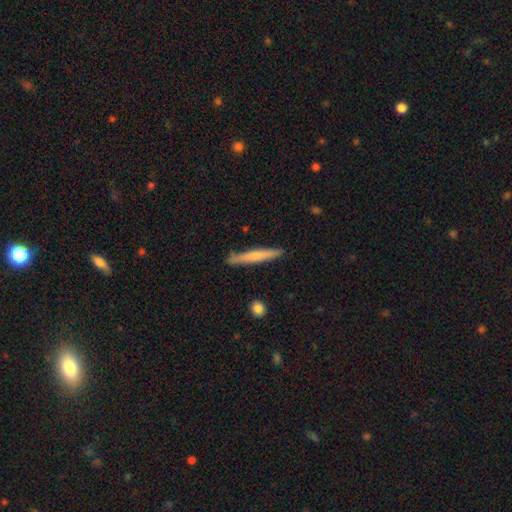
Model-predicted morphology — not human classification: The model was most divided on "smooth or featured": smooth: 59%, featured or disk: 35%, star or artifact: 5%. More confident: how rounded — cigar-shaped (95%); merging — none (86%).